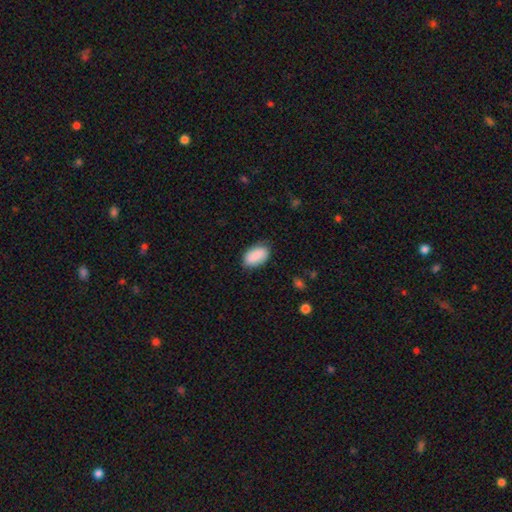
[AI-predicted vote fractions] Smooth or featured? smooth (89%)
How rounded? in between (94%)
Merging? none (82%)